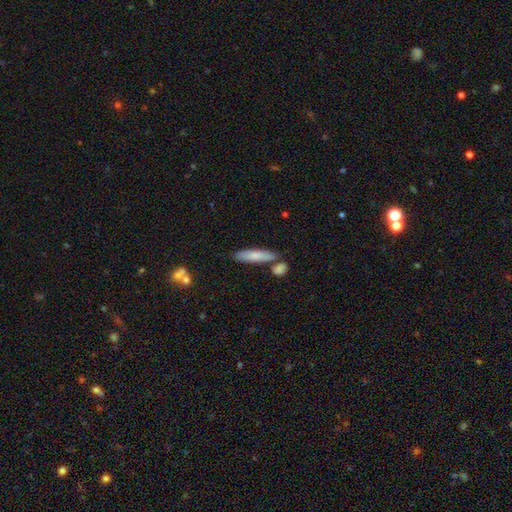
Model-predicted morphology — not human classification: Smooth or featured? smooth (77%)
How rounded? cigar-shaped (78%)
Merging? none (72%)